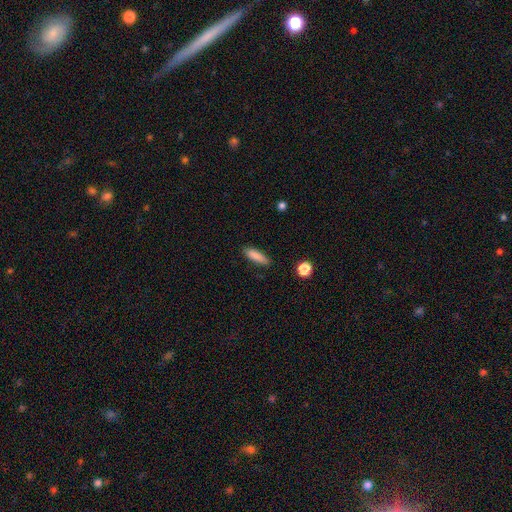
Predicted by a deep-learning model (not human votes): Smooth or featured: smooth — 86% (star or artifact — 7%)
How rounded: cigar-shaped — 57% (in between — 41%)
Merging: none — 86% (minor disturbance — 11%)